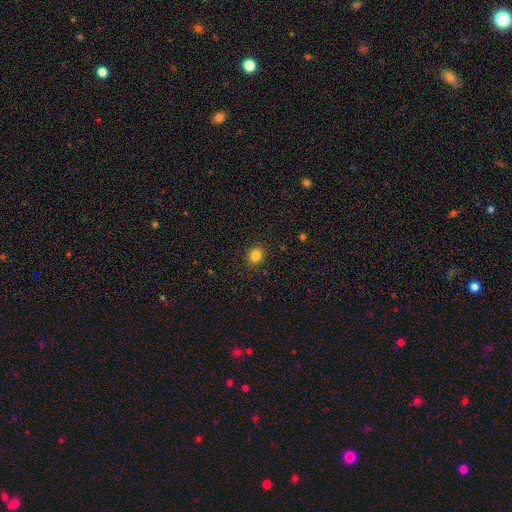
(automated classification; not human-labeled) smooth-or-featured: smooth: 84% | star or artifact: 11% | featured or disk: 5%
  how-rounded: round: 58% | in between: 41% | cigar-shaped: 1%
  merging: none: 88% | minor disturbance: 9% | major disturbance: 2% | merger: 1%